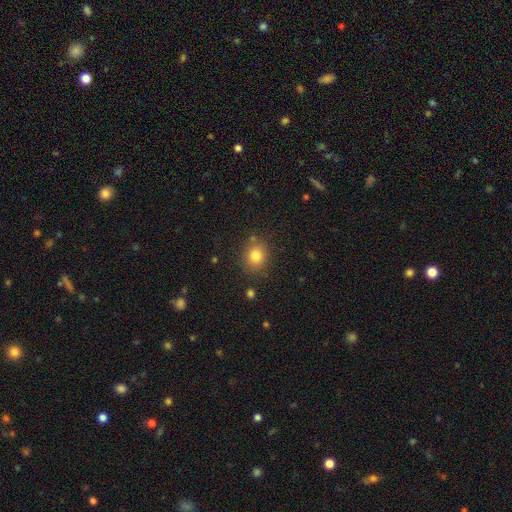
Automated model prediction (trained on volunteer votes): This is clearly a smooth galaxy (81%). How rounded: likely round (75%). Merging: clearly none (83%).